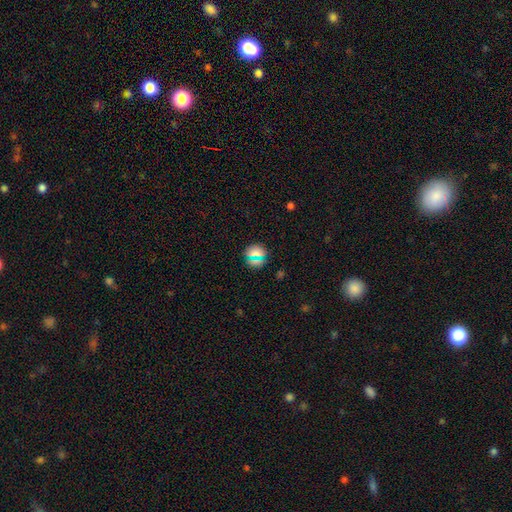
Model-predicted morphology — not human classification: This is likely a smooth galaxy (70%). How rounded: clearly round (83%). Merging: clearly none (84%).